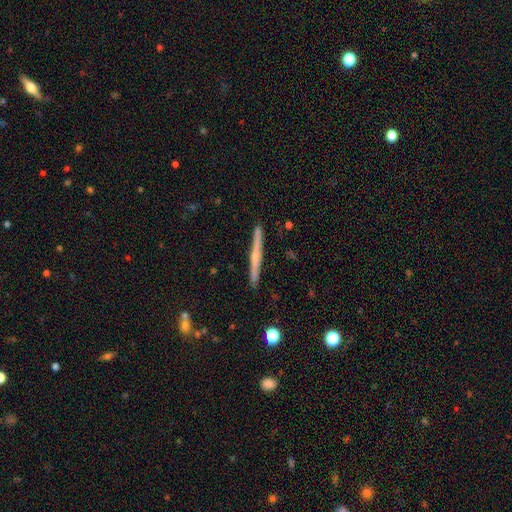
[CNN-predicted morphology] Smooth or featured? featured or disk (63%)
Edge-on disk? yes (98%)
Edge-on bulge? rounded (57%)
Merging? none (92%)